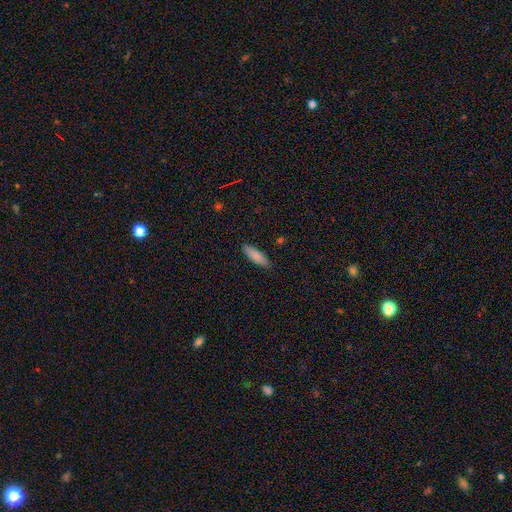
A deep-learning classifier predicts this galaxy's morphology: smooth-or-featured: smooth: 84% | featured or disk: 10% | star or artifact: 6%
  how-rounded: cigar-shaped: 52% | in between: 47% | round: 2%
  merging: none: 88% | minor disturbance: 9% | major disturbance: 2% | merger: 1%